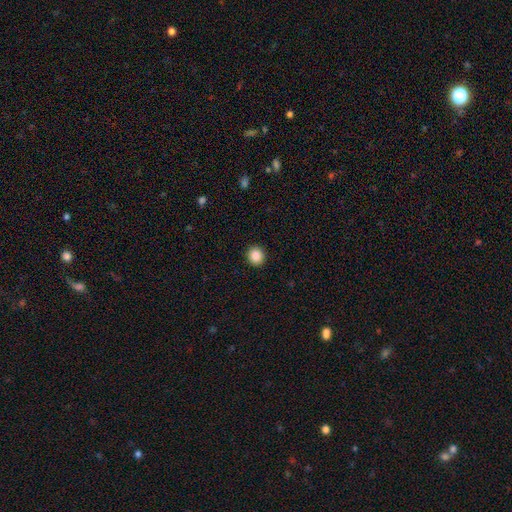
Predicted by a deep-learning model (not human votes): smooth-or-featured: smooth: 86% | star or artifact: 10% | featured or disk: 5%
  how-rounded: round: 88% | in between: 11% | cigar-shaped: 1%
  merging: none: 93% | minor disturbance: 5% | major disturbance: 2% | merger: 1%